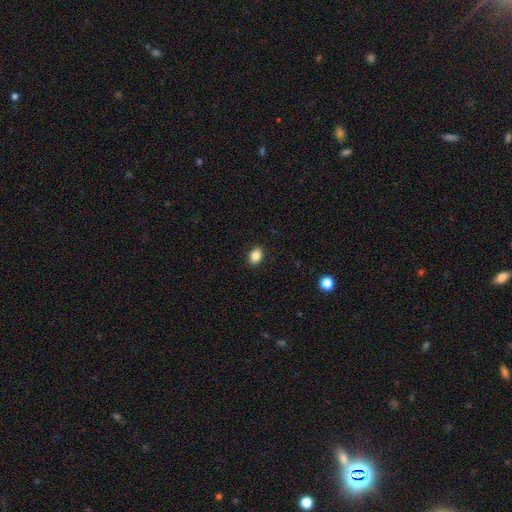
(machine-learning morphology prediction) This appears to be a smooth galaxy with no disk features (85%) that is in between round and cigar-shaped (72%). Merging: none (90%).